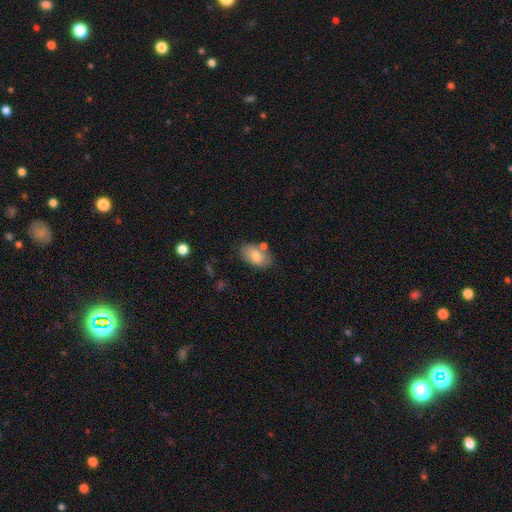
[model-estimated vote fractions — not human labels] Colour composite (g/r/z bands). It shows a smooth galaxy with no disk features (78%) that is in between round and cigar-shaped (92%). Merging: none (70%).